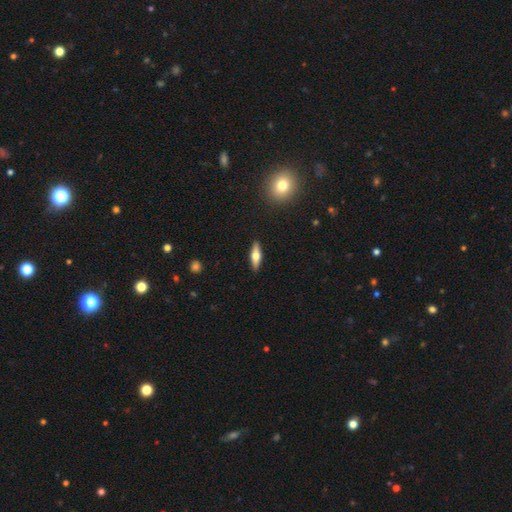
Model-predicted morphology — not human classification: A featured or disk galaxy (48%).

Vote fractions:
- Smooth or featured? featured or disk: 48% / smooth: 45% / star or artifact: 6%
- Merging? none: 90% / minor disturbance: 7% / major disturbance: 2% / merger: 1%